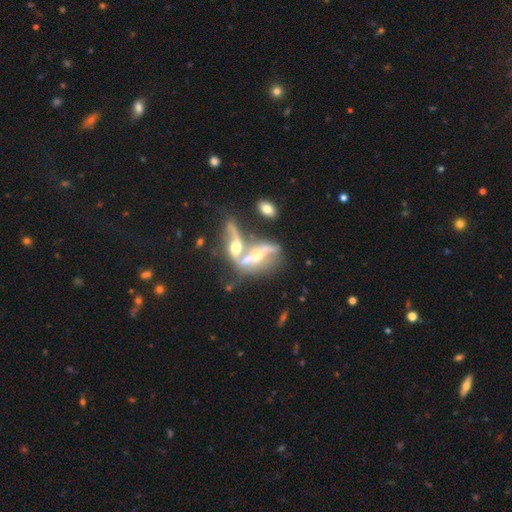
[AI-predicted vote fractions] Smooth or featured?
  - featured or disk: 68% *
  - smooth: 21%
  - star or artifact: 11%
Edge-on disk?
  - no: 55% *
  - yes: 45%
Merging?
  - merger: 62% *
  - none: 21%
  - major disturbance: 9%
  - minor disturbance: 9%